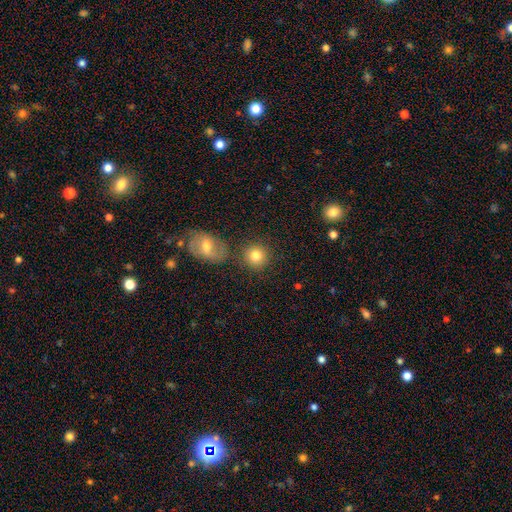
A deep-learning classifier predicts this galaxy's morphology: This appears to be a smooth galaxy with no disk features (81%) that is round (89%). Merging: none (79%).